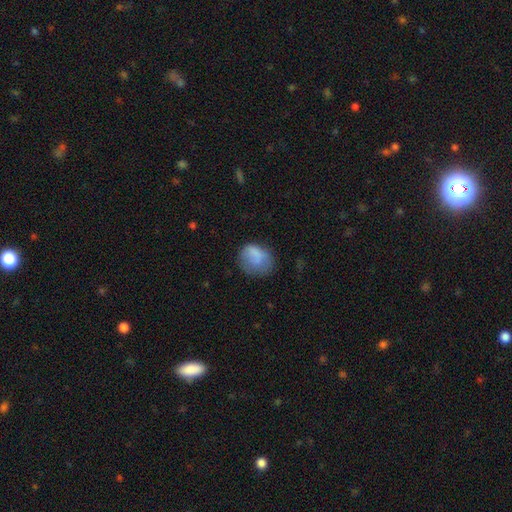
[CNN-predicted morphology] Smooth or featured: smooth — 77% (featured or disk — 14%)
How rounded: round — 52% (in between — 47%)
Merging: none — 51% (minor disturbance — 28%)